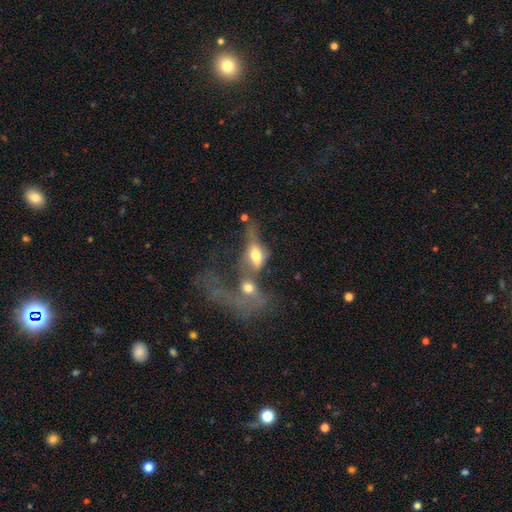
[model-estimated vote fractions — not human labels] This appears to be a smooth galaxy with no disk features (45%). Merging: merger (66%).